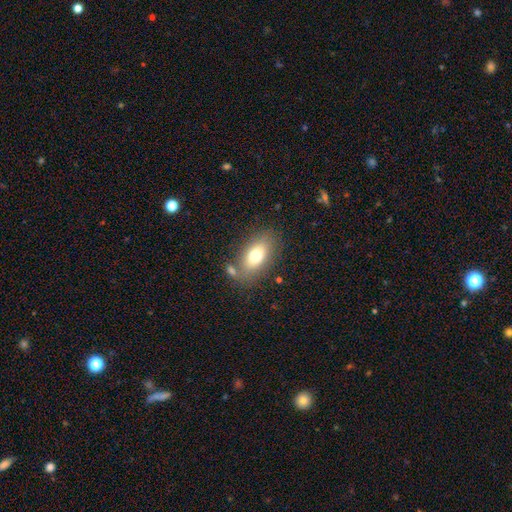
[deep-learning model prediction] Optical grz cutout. It shows a smooth galaxy with no disk features (72%) that is in between round and cigar-shaped (87%). Merging: none (70%).